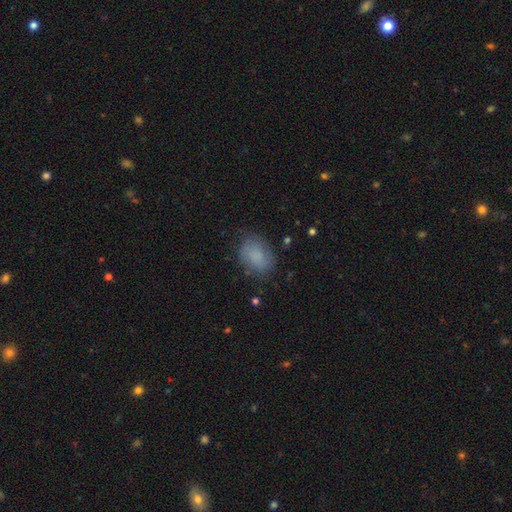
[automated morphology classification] Smooth or featured: smooth — 80% (featured or disk — 11%)
How rounded: in between — 73% (round — 26%)
Merging: none — 72% (minor disturbance — 20%)